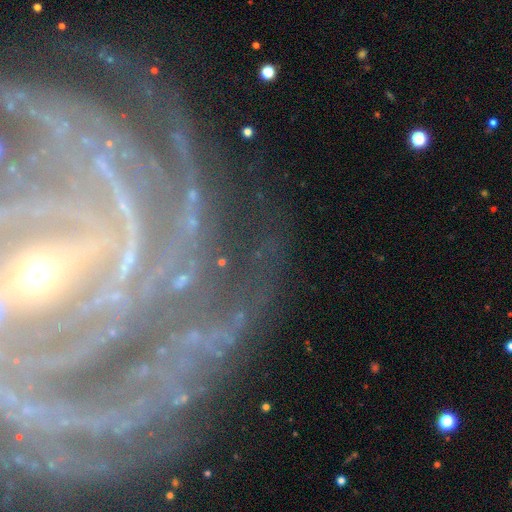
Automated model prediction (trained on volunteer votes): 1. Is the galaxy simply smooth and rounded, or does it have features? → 86% featured or disk, 9% star or artifact, 5% smooth.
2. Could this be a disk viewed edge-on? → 95% no, 5% yes.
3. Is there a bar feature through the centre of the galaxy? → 54% strong, 25% weak, 21% no.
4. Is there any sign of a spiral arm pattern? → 96% yes, 4% no.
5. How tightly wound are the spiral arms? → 71% tight, 23% medium, 6% loose.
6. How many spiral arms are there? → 21% can't tell, 19% 4, 17% more than 4, 17% 3, 16% 2, 10% 1.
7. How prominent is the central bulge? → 73% small, 20% moderate, 3% large, 2% none, 2% dominant.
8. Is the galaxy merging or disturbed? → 72% none, 14% minor disturbance, 11% major disturbance, 3% merger.